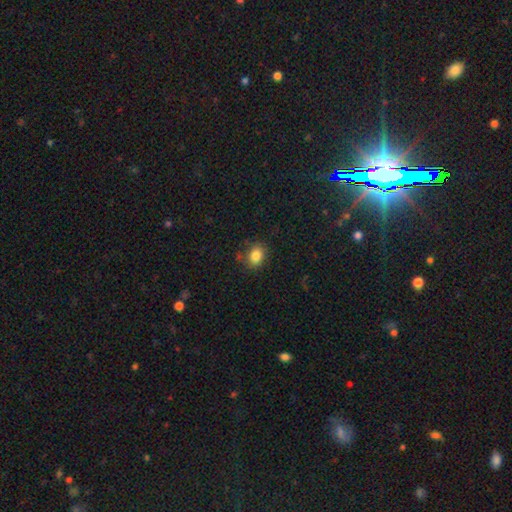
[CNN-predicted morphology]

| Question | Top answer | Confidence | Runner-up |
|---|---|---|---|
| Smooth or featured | smooth | 84% | star or artifact (10%) |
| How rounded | in between | 57% | round (42%) |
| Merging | none | 80% | minor disturbance (13%) |